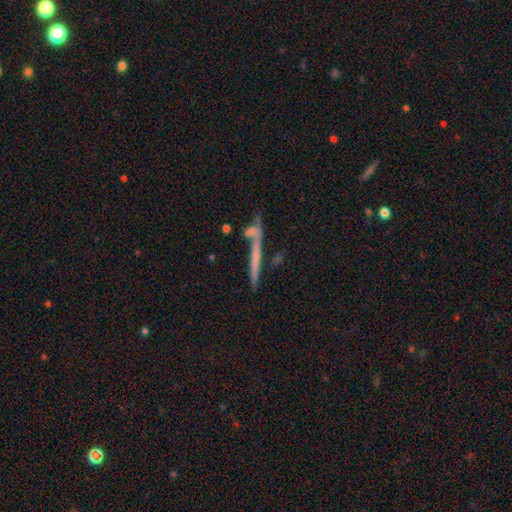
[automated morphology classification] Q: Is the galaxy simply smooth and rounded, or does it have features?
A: featured or disk — 52%.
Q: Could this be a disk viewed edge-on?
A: yes — 88%.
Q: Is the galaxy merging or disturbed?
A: none — 60%.